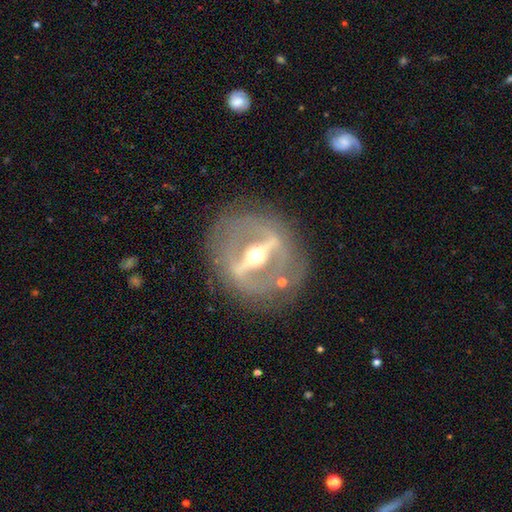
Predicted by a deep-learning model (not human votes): This appears to be a featured or disk galaxy (85%) with a strong bar (82%), no spiral arms (57%) and a moderate central bulge (68%). Merging: none (82%).